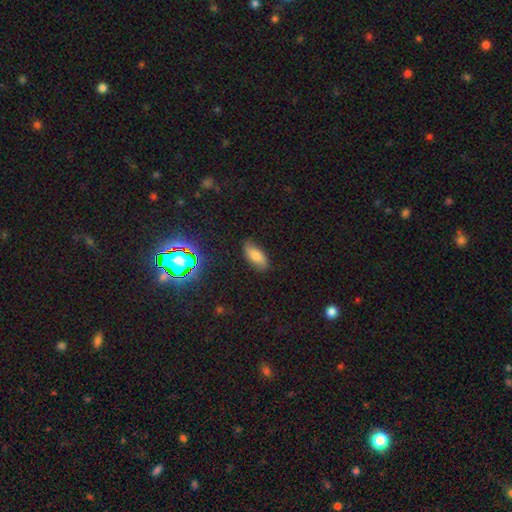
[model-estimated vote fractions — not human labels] A smooth galaxy with no disk features (72%) that is in between round and cigar-shaped (86%). Merging: none (82%).